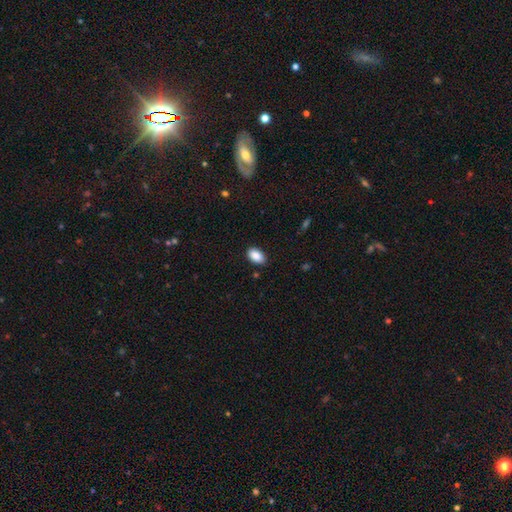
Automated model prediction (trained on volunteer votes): Morphology: type=smooth (90%); roundness=in between (92%); merging=none (86%).